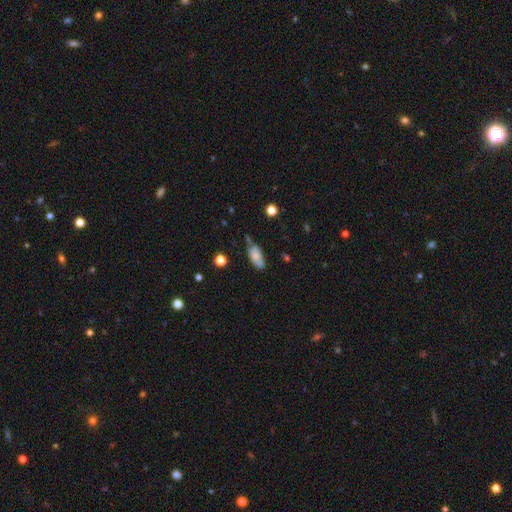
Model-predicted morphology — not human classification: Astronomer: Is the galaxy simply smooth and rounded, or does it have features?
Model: smooth — 76%.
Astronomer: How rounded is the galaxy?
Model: in between — 85%.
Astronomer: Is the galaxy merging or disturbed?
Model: none — 52% (runner-up: minor disturbance, 32%).